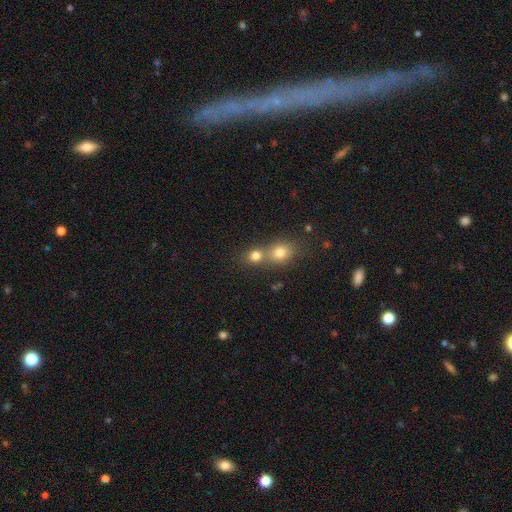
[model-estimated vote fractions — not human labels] This is likely a smooth galaxy (77%). How rounded: likely round (74%). Merging: possibly merger (51%).